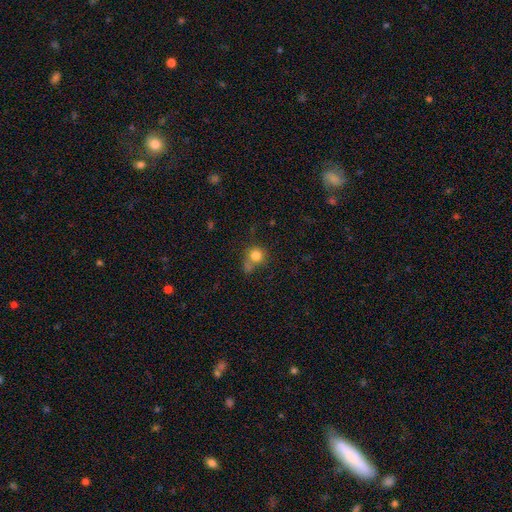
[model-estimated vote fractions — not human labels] smooth 80%, star or artifact 11%, featured or disk 8%. Down the decision tree: how rounded — round (87%); merging — none (51%).